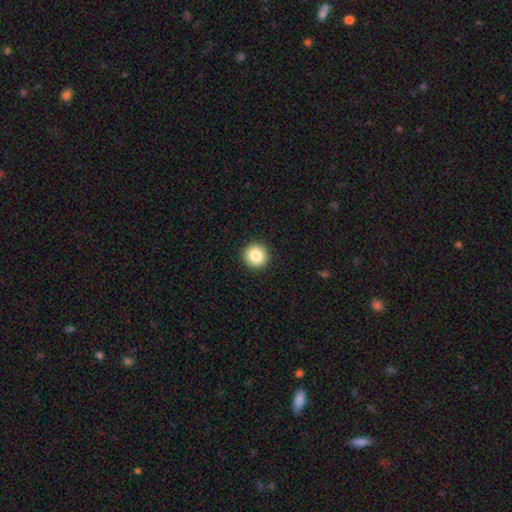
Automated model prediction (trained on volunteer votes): Smooth or featured? smooth (85%)
How rounded? round (95%)
Merging? none (93%)